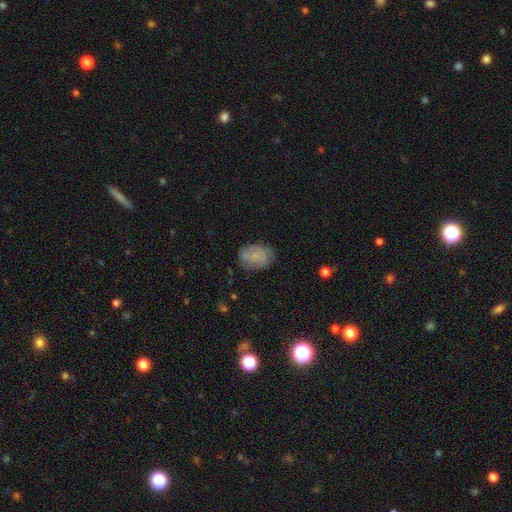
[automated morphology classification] Q: Smooth or featured?
A: smooth (60%); runner-up: featured or disk (30%)
Q: How rounded?
A: in between (78%); runner-up: round (21%)
Q: Merging?
A: none (71%); runner-up: minor disturbance (20%)